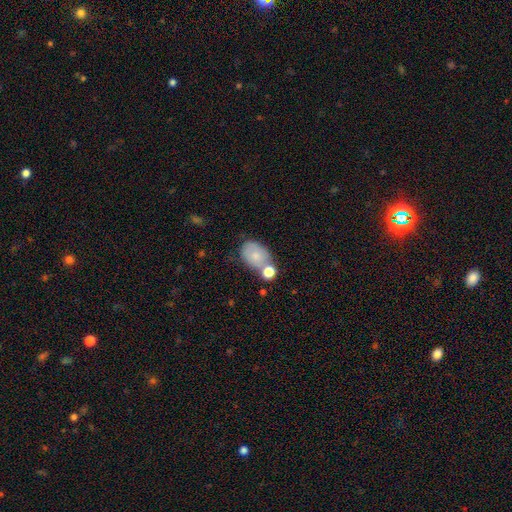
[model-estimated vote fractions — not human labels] The model was most divided on "merging": none: 48%, merger: 27%, minor disturbance: 19%, major disturbance: 7%. More confident: how rounded — in between (80%); smooth or featured — smooth (76%).